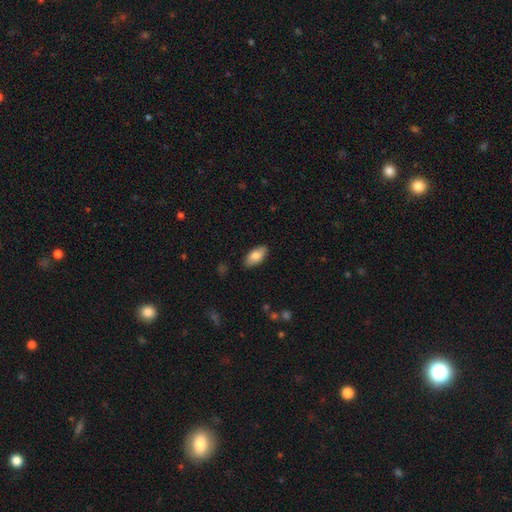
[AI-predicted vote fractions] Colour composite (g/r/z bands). It shows a smooth galaxy with no disk features (82%) that is in between round and cigar-shaped (92%). Merging: none (86%).